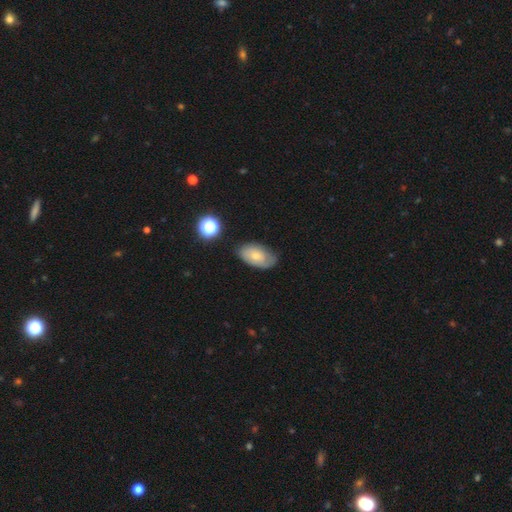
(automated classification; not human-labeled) smooth-or-featured: smooth: 56% | featured or disk: 36% | star or artifact: 8%
  how-rounded: in between: 91% | round: 7% | cigar-shaped: 2%
  merging: none: 69% | minor disturbance: 23% | major disturbance: 6% | merger: 2%